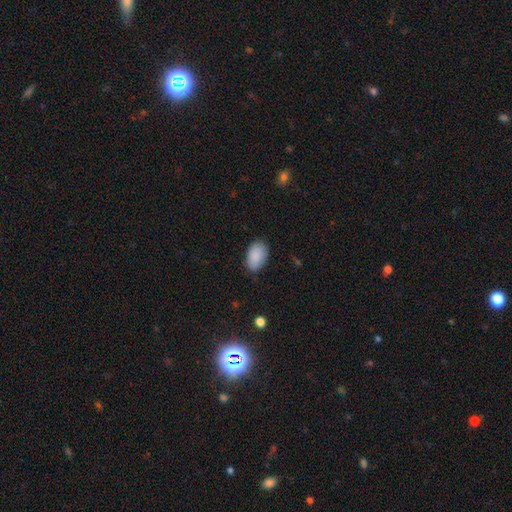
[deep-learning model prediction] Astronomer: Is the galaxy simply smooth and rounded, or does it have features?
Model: smooth — 90%.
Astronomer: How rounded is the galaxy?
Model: in between — 93%.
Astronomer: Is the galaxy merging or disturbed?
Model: none — 81%.